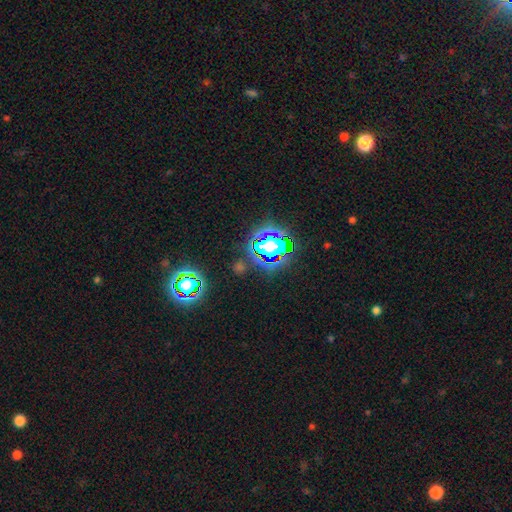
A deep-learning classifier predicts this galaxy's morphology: Smooth or featured?
  - star or artifact: 82% *
  - smooth: 11%
  - featured or disk: 7%